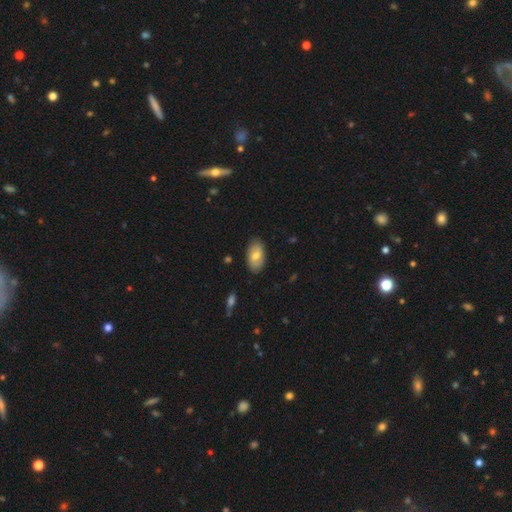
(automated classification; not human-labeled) Overall: smooth (67%). How rounded: in between (94%). Merging: none (85%).